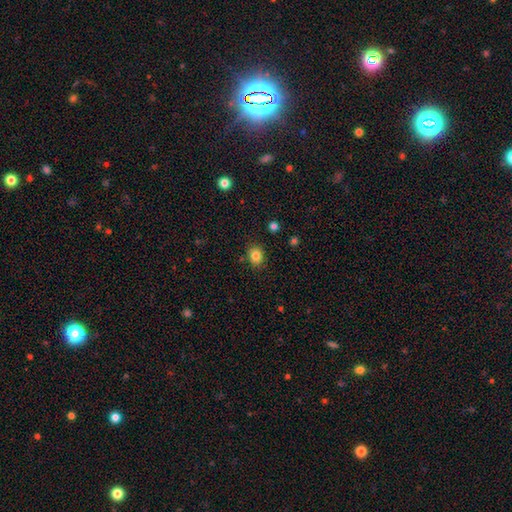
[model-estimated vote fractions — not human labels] This appears to be a smooth galaxy with no disk features (83%) that is round (63%). Merging: none (86%).